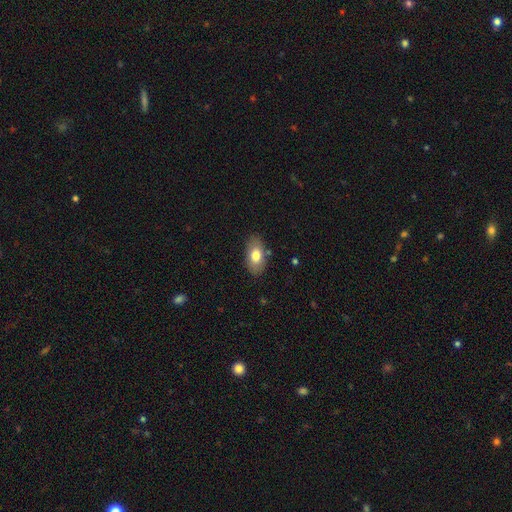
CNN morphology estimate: type=smooth (75%); roundness=in between (92%); merging=none (82%).